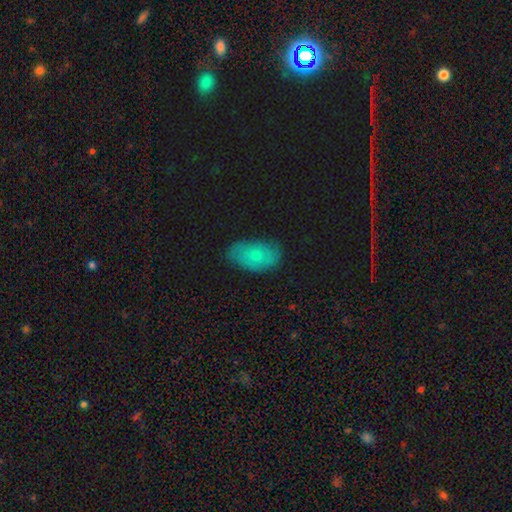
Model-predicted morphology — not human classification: This is likely a smooth galaxy (74%). How rounded: clearly in between (93%). Merging: likely none (74%).